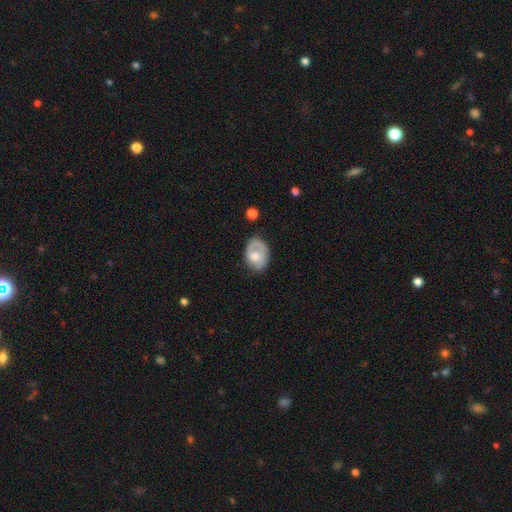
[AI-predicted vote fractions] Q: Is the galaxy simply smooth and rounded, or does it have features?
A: featured or disk — 47%, tied with smooth.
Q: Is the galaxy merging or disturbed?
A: none — 54%.